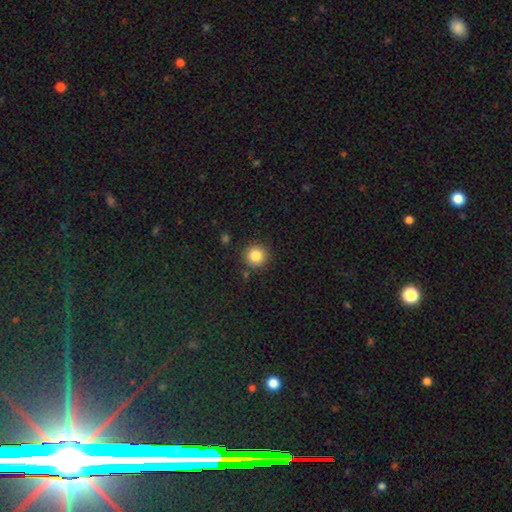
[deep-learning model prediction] Q: Smooth or featured?
A: smooth (85%); runner-up: star or artifact (10%)
Q: How rounded?
A: round (94%); runner-up: in between (5%)
Q: Merging?
A: none (88%); runner-up: minor disturbance (7%)